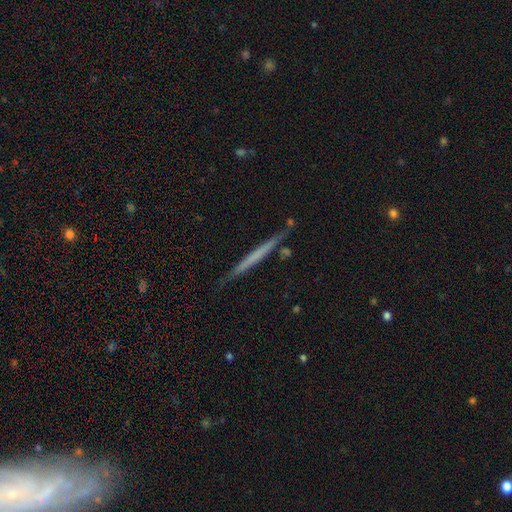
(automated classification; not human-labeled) Smooth or featured?
  - featured or disk: 54% *
  - smooth: 40%
  - star or artifact: 6%
Edge-on disk?
  - yes: 97% *
  - no: 3%
Edge-on bulge?
  - none: 90% *
  - rounded: 5%
  - boxy: 5%
Merging?
  - none: 86% *
  - minor disturbance: 10%
  - merger: 2%
  - major disturbance: 2%